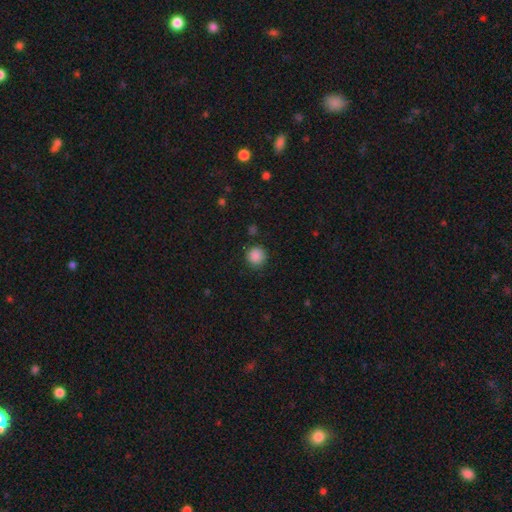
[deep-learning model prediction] Smooth or featured: smooth — 87% (star or artifact — 10%)
How rounded: round — 92% (in between — 7%)
Merging: none — 85% (minor disturbance — 10%)